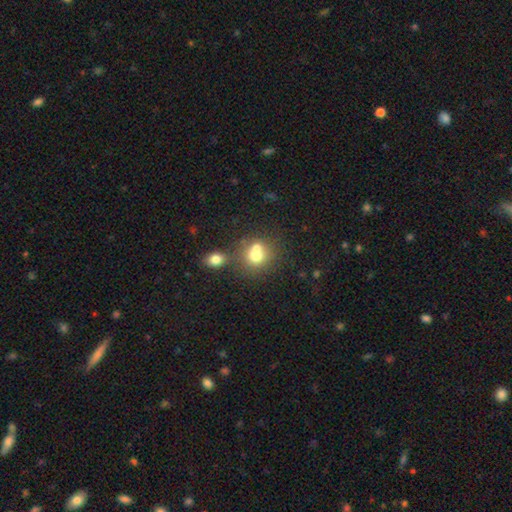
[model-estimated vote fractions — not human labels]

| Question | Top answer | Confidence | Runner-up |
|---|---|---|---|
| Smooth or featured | smooth | 69% | featured or disk (18%) |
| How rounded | round | 78% | in between (21%) |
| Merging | merger | 50% | none (37%) |